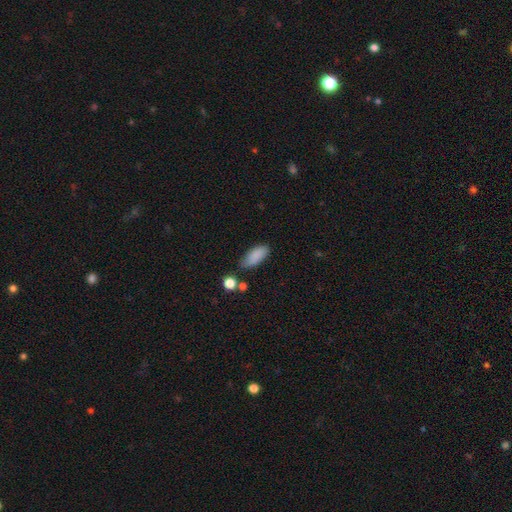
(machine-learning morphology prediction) Overall: smooth (87%). How rounded: in between (83%). Merging: none (72%).